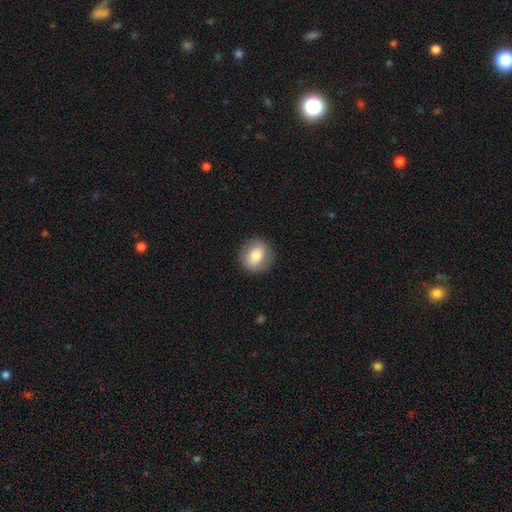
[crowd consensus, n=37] smooth_or_featured: smooth (p=0.73) [alt: featured or disk p=0.22]
how_rounded: round (p=0.81) [alt: in between p=0.19]
merging: none (p=0.77) [alt: minor disturbance p=0.23]